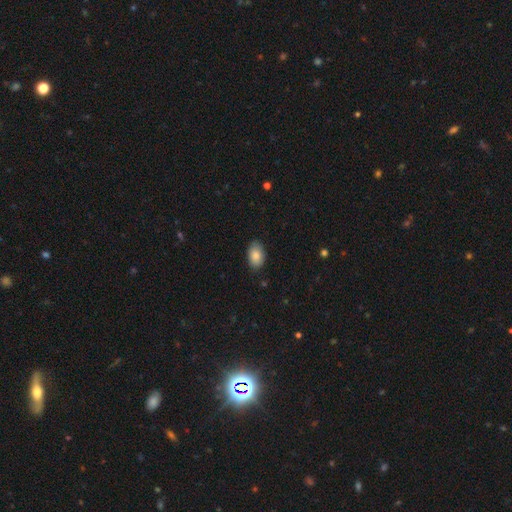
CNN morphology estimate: Smooth or featured: smooth — 86% (star or artifact — 7%)
How rounded: in between — 89% (round — 9%)
Merging: none — 84% (minor disturbance — 13%)